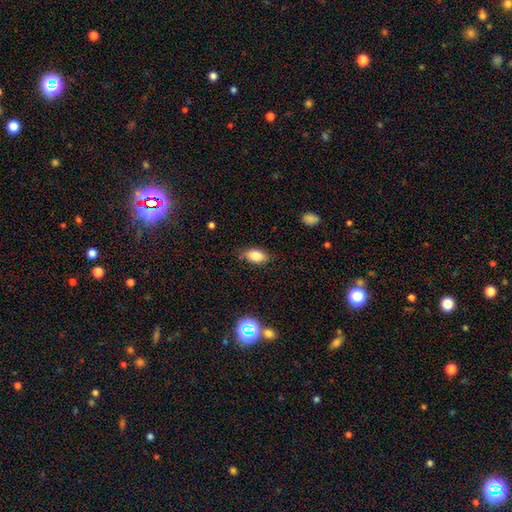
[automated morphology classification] Smooth or featured?
  - smooth: 79% *
  - featured or disk: 11%
  - star or artifact: 9%
How rounded?
  - in between: 87% *
  - round: 7%
  - cigar-shaped: 6%
Merging?
  - none: 78% *
  - minor disturbance: 17%
  - major disturbance: 3%
  - merger: 1%